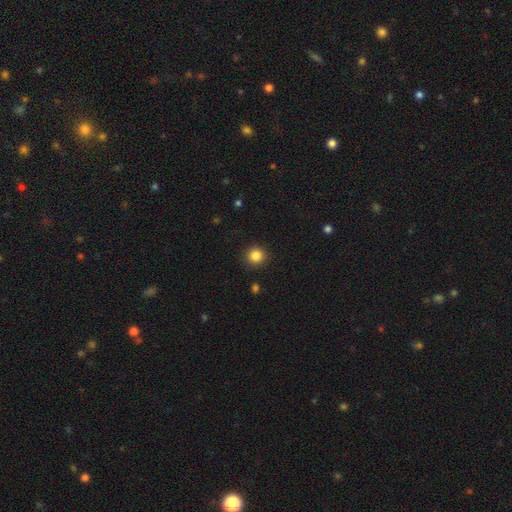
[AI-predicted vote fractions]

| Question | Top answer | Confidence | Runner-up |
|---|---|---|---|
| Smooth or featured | smooth | 85% | star or artifact (11%) |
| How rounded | round | 93% | in between (6%) |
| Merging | none | 92% | minor disturbance (5%) |